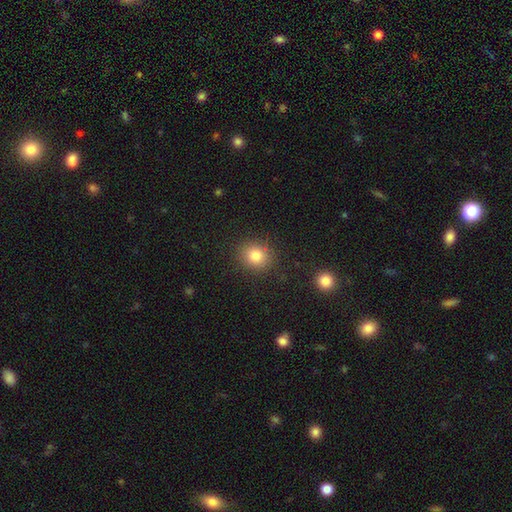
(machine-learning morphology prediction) Smooth or featured? smooth (81%)
How rounded? round (75%)
Merging? none (86%)